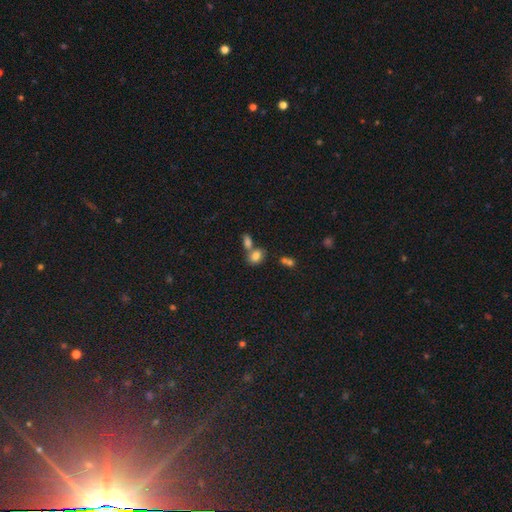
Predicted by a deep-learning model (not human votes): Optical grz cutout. It shows a smooth galaxy with no disk features (80%) that is in between round and cigar-shaped (76%). Merging: none (43%).